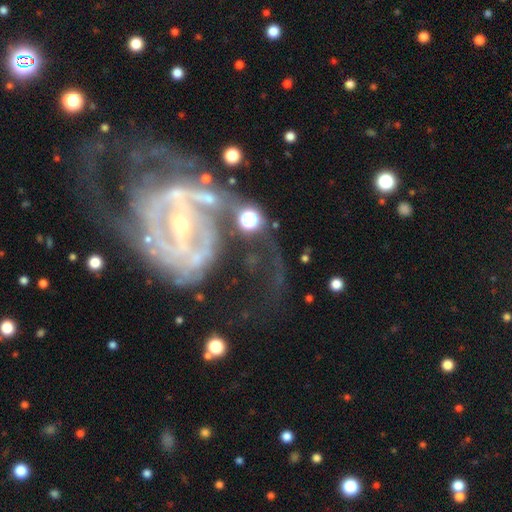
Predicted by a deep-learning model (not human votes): smooth-or-featured: featured or disk: 87% | star or artifact: 7% | smooth: 6%
  disk-edge-on: no: 96% | yes: 4%
    bar: strong: 45% | weak: 33% | no: 22%
    has-spiral-arms: yes: 88% | no: 12%
      spiral-winding: medium: 40% | tight: 39% | loose: 20%
      spiral-arm-count: 2: 45% | can't tell: 27% | 3: 11% | 1: 6% | 4: 6% | more than 4: 5%
    bulge-size: small: 74% | moderate: 22% | large: 2% | none: 2% | dominant: 1%
  merging: none: 41% | major disturbance: 35% | minor disturbance: 17% | merger: 7%